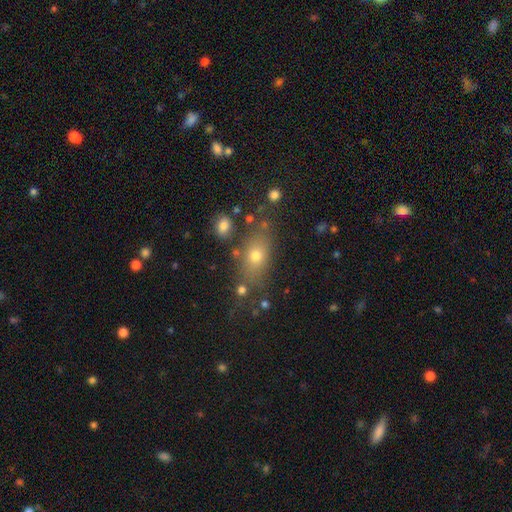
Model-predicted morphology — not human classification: Smooth or featured? smooth (60%)
How rounded? in between (61%)
Merging? none (72%)